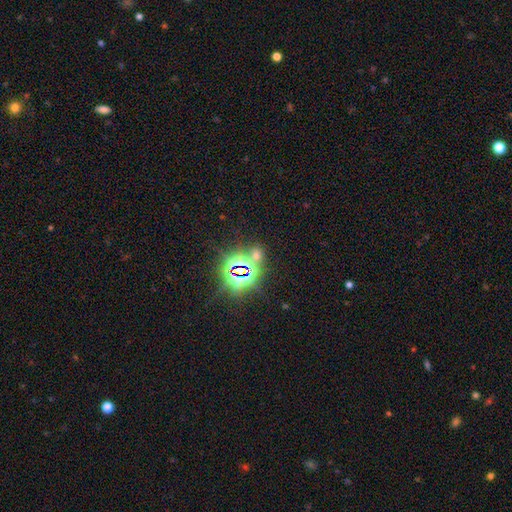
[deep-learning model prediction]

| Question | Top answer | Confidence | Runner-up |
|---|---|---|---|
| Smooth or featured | star or artifact | 68% | smooth (25%) |